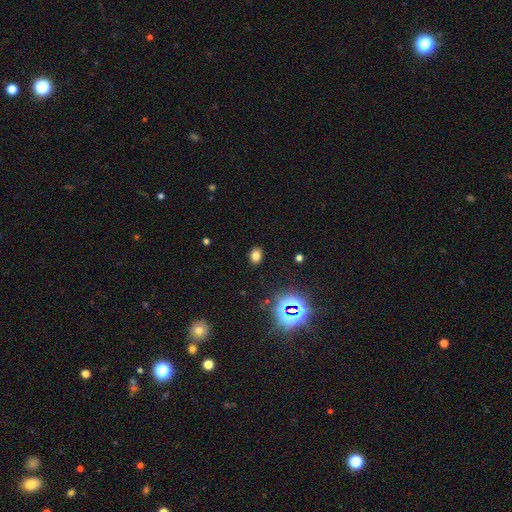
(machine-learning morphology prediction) A smooth galaxy with no disk features (73%) that is in between round and cigar-shaped (61%). Merging: none (87%).